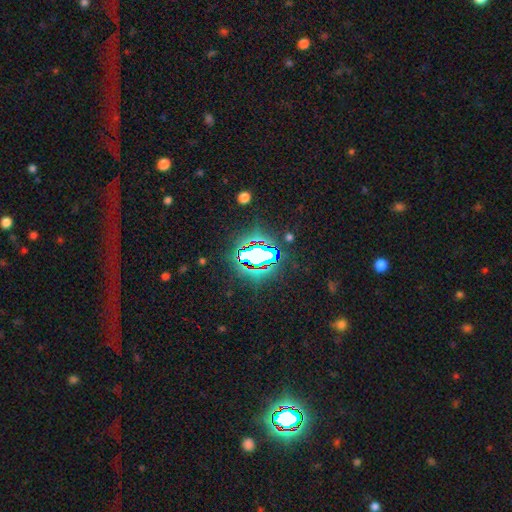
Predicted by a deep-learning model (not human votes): Smooth or featured? Predicted: star or artifact (p=0.67).